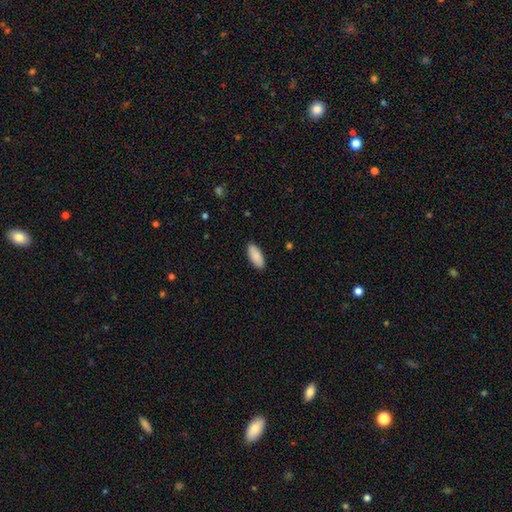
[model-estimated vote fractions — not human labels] Smooth or featured?
  - smooth: 90% *
  - star or artifact: 6%
  - featured or disk: 4%
How rounded?
  - in between: 87% *
  - cigar-shaped: 12%
  - round: 2%
Merging?
  - none: 90% *
  - minor disturbance: 8%
  - major disturbance: 2%
  - merger: 1%